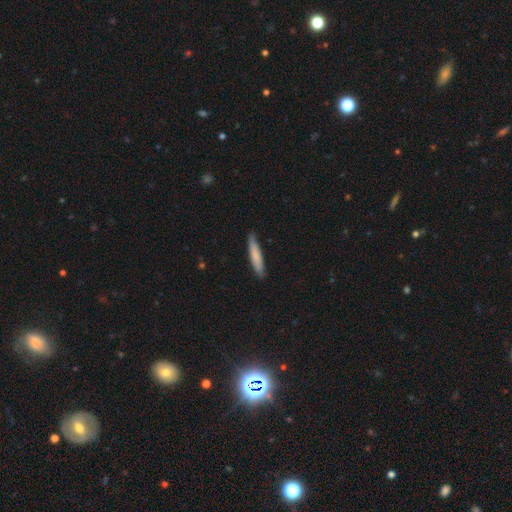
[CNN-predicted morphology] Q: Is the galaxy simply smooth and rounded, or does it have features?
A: smooth — 79%.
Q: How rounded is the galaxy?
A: cigar-shaped — 91%.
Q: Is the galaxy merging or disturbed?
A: none — 87%.